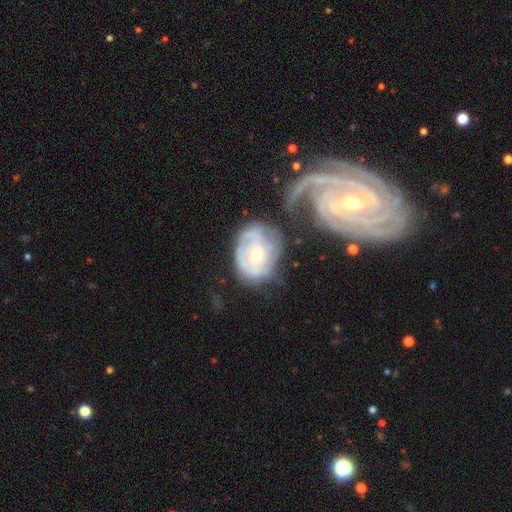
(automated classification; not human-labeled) This is likely a featured or disk galaxy (73%). It is clearly not viewed edge-on (97%). Bar: likely no (74%). Spiral arm pattern: likely yes (78%). Spiral arm count: possibly can't tell (47%). Spiral winding: possibly tight (57%). Central bulge: possibly small (54%). Merging: marginally none (34%).